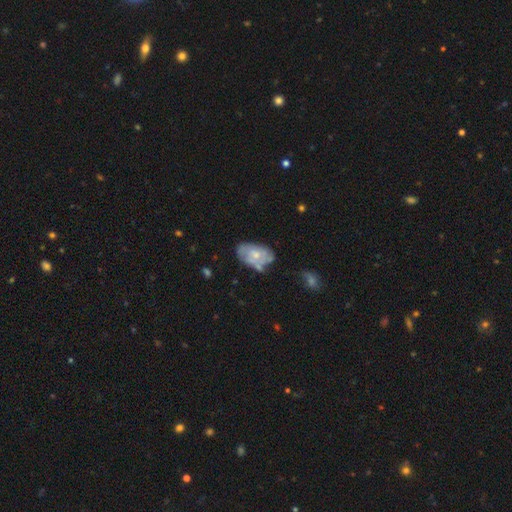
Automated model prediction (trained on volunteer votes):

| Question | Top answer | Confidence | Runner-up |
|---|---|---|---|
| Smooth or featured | featured or disk | 53% | smooth (41%) |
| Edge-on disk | no | 96% | yes (4%) |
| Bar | no | 82% | weak (15%) |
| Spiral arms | no | 56% | yes (44%) |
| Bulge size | moderate | 45% | small (44%) |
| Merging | none | 49% | minor disturbance (30%) |